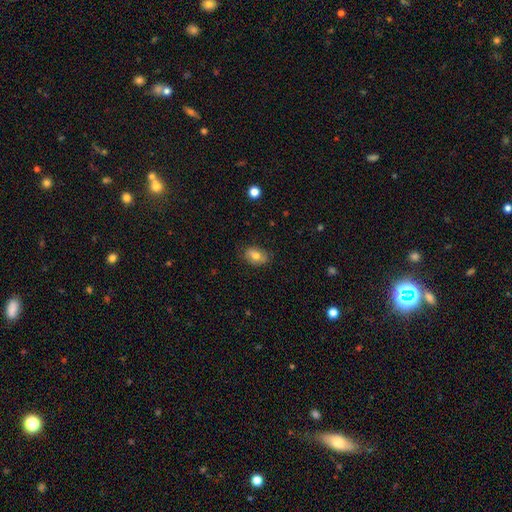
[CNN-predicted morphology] Smooth or featured?
  - smooth: 73% *
  - featured or disk: 19%
  - star or artifact: 8%
How rounded?
  - in between: 83% *
  - round: 16%
  - cigar-shaped: 2%
Merging?
  - none: 80% *
  - minor disturbance: 16%
  - major disturbance: 3%
  - merger: 1%